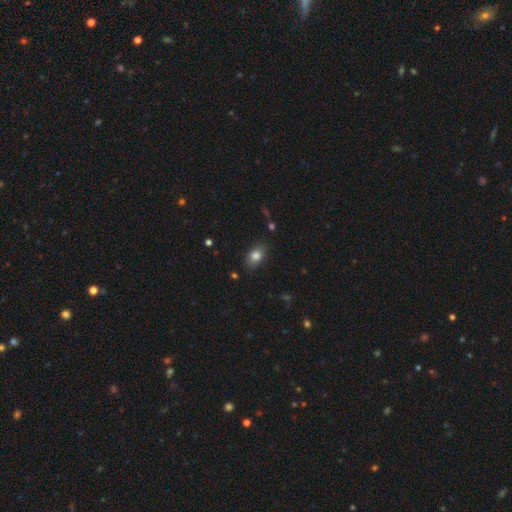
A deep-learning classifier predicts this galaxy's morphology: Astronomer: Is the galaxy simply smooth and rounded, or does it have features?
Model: smooth — 81%.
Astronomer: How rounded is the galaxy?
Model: in between — 84%.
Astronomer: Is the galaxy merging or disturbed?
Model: none — 82%.